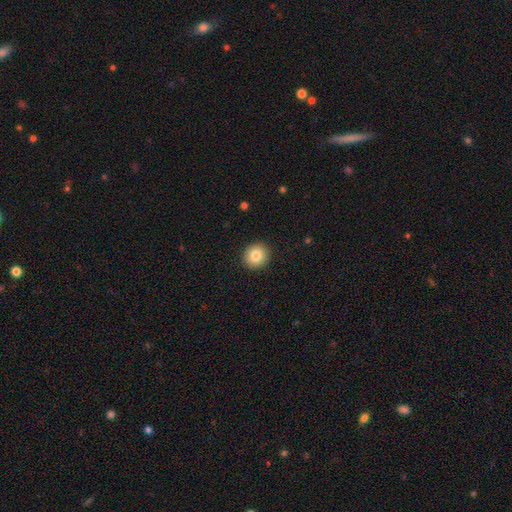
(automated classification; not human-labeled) A smooth galaxy with no disk features (83%) that is round (88%).

Vote fractions:
- Smooth or featured? smooth: 83% / star or artifact: 9% / featured or disk: 8%
- How rounded? round: 88% / in between: 11% / cigar-shaped: 1%
- Merging? none: 92% / minor disturbance: 5% / major disturbance: 2% / merger: 1%